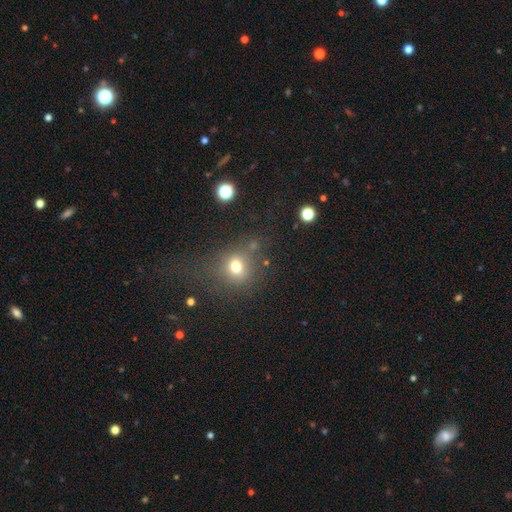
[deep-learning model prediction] Q: Smooth or featured?
A: smooth (46%); runner-up: star or artifact (43%)
Q: Merging?
A: none (59%); runner-up: minor disturbance (17%)